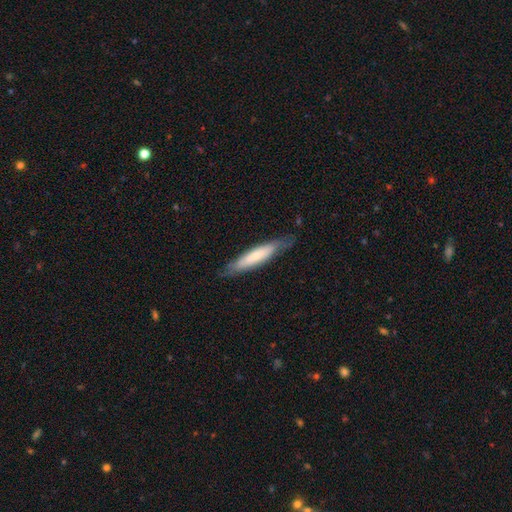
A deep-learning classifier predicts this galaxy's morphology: type=smooth (59%); roundness=cigar-shaped (85%); merging=none (79%).